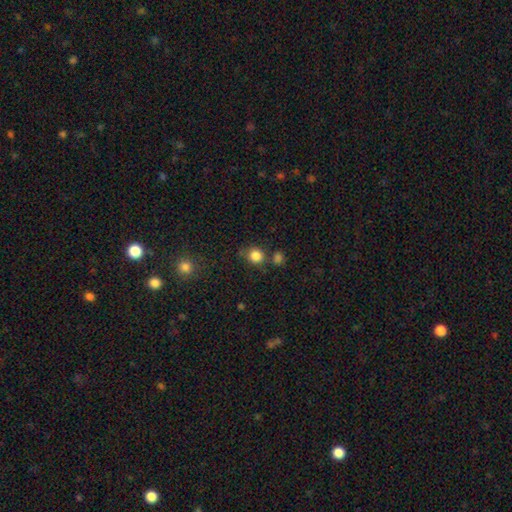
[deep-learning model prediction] Q: Smooth or featured?
A: smooth (84%); runner-up: star or artifact (11%)
Q: How rounded?
A: round (84%); runner-up: in between (15%)
Q: Merging?
A: none (71%); runner-up: merger (13%)